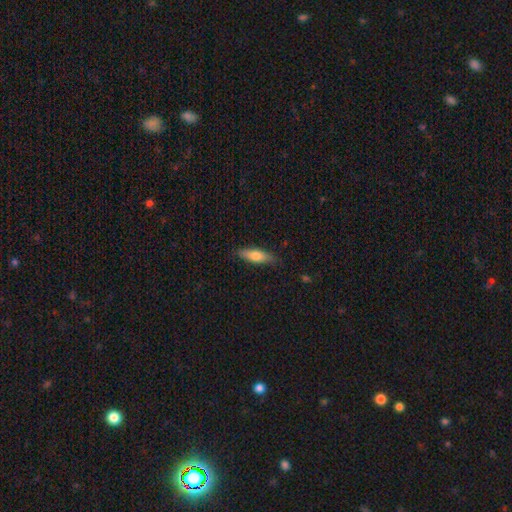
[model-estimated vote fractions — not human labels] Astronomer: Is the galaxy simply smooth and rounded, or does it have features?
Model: smooth — 69%.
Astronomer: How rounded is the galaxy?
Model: cigar-shaped — 57% (runner-up: in between, 41%).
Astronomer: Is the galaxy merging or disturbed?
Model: none — 84%.